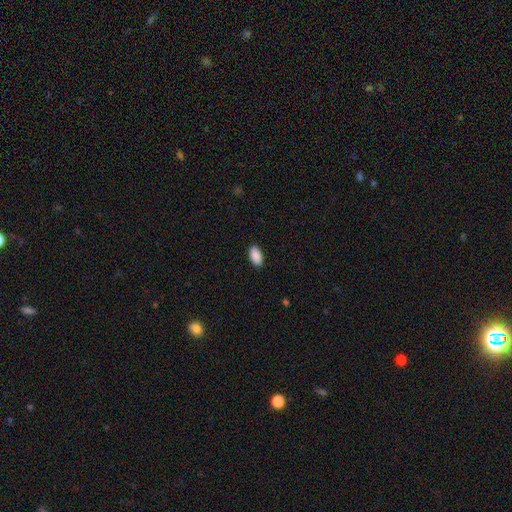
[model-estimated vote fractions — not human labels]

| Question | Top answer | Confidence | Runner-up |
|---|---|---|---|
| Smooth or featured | smooth | 91% | star or artifact (7%) |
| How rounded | in between | 95% | round (3%) |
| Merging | none | 89% | minor disturbance (8%) |